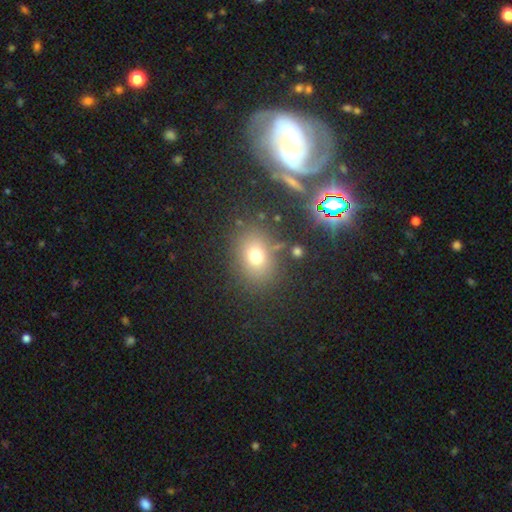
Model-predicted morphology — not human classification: Q: Smooth or featured?
A: smooth (71%); runner-up: star or artifact (18%)
Q: How rounded?
A: in between (54%); runner-up: round (45%)
Q: Merging?
A: none (79%); runner-up: minor disturbance (11%)